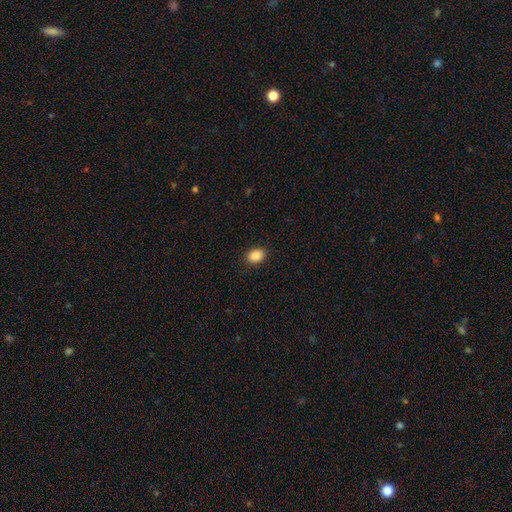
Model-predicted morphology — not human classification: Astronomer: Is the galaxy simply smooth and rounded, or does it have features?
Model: smooth — 89%.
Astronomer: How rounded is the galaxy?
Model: in between — 66%.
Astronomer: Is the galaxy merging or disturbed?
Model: none — 89%.